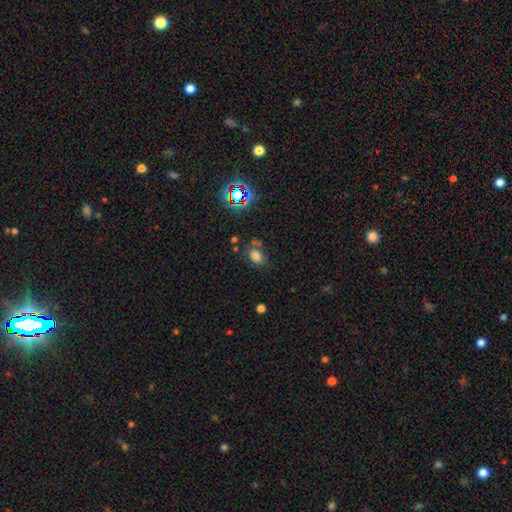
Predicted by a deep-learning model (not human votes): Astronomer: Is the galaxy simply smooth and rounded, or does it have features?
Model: smooth — 72%.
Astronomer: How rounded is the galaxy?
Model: in between — 71%.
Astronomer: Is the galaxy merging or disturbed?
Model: none — 63%.